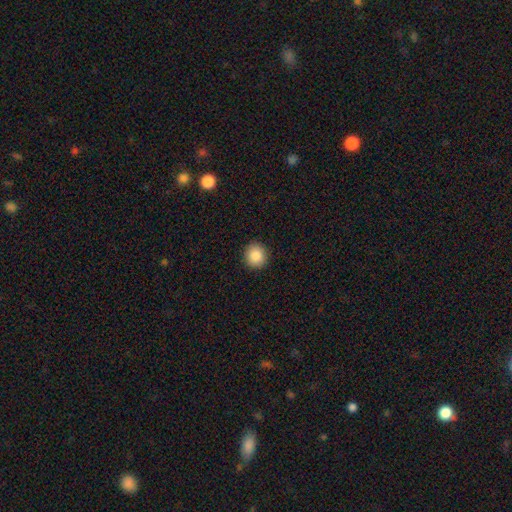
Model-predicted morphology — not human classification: smooth-or-featured: smooth: 88% | star or artifact: 8% | featured or disk: 4%
  how-rounded: round: 87% | in between: 12% | cigar-shaped: 1%
  merging: none: 91% | minor disturbance: 6% | major disturbance: 2% | merger: 1%